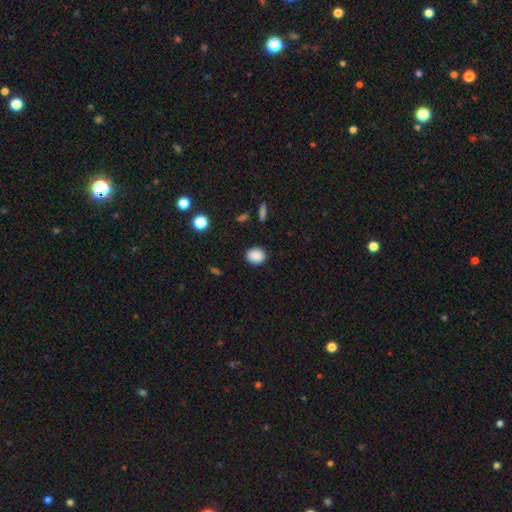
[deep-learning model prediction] smooth 88%, star or artifact 9%, featured or disk 3%. Down the decision tree: how rounded — round (65%); merging — none (89%).